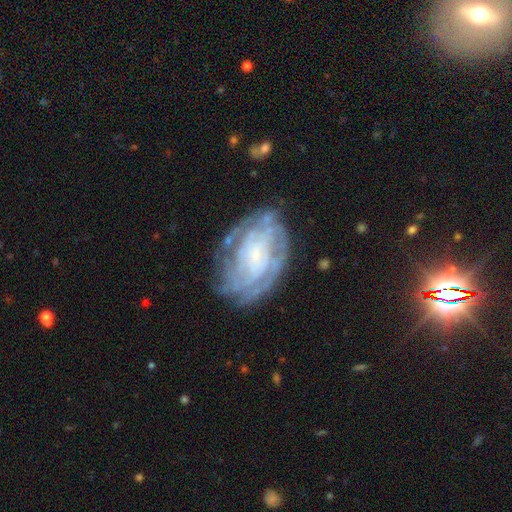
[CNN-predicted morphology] Smooth or featured? Predicted: featured or disk (p=0.75). Edge-on disk? Predicted: no (p=0.96). Bar? Predicted: no (p=0.66). Spiral arms? Predicted: yes (p=0.79). Spiral winding? Predicted: tight (p=0.70). Spiral arm count? Predicted: can't tell (p=0.58). Bulge size? Predicted: small (p=0.51). Merging? Predicted: none (p=0.66).